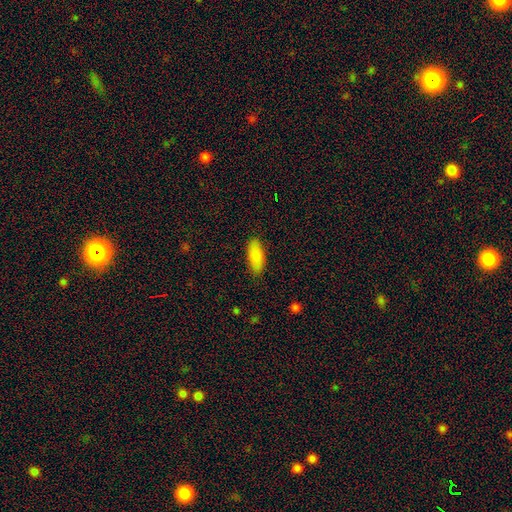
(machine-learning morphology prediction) A smooth galaxy with no disk features (84%) that is in between round and cigar-shaped (82%).

Vote fractions:
- Smooth or featured? smooth: 84% / featured or disk: 10% / star or artifact: 6%
- How rounded? in between: 82% / cigar-shaped: 16% / round: 2%
- Merging? none: 87% / minor disturbance: 10% / major disturbance: 2% / merger: 1%